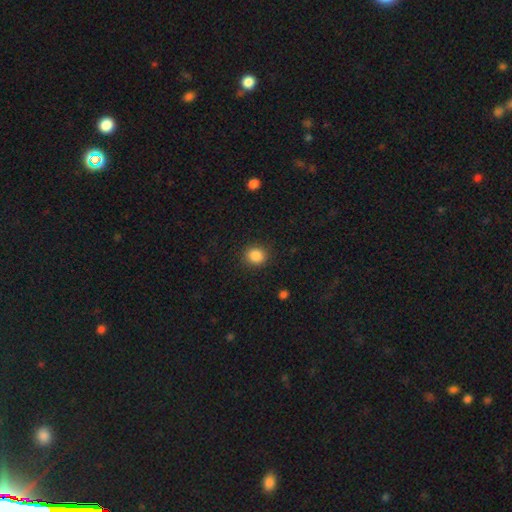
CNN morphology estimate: Overall: smooth (87%). How rounded: round (79%). Merging: none (88%).